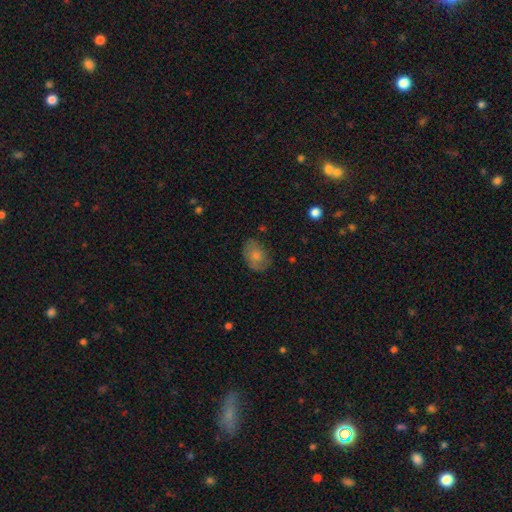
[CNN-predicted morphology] The model was most divided on "merging": none: 68%, minor disturbance: 23%, major disturbance: 7%, merger: 2%. More confident: how rounded — in between (75%); smooth or featured — smooth (70%).